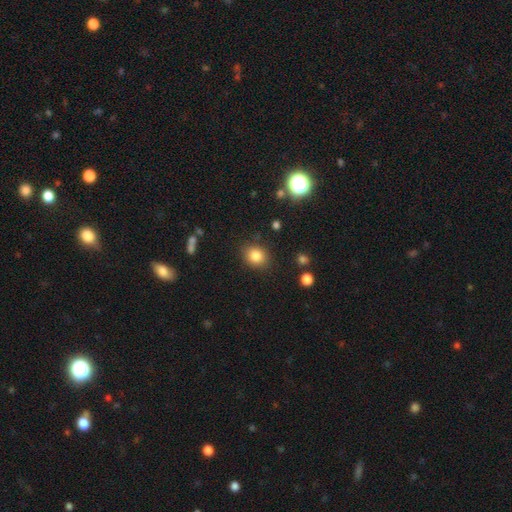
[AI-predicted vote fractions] Morphology: type=smooth (83%); roundness=round (66%); merging=none (86%).